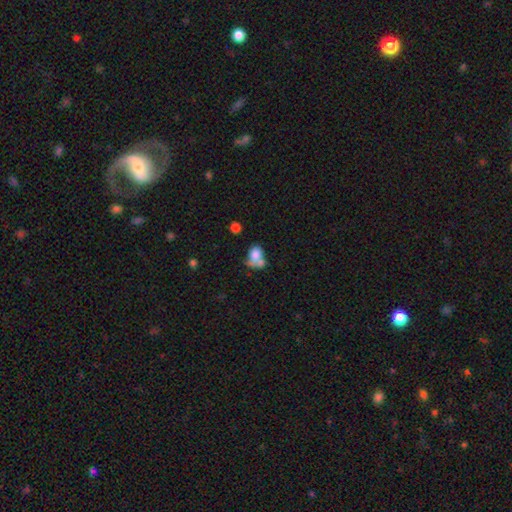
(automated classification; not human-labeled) A smooth galaxy with no disk features (72%) that is in between round and cigar-shaped (62%). Merging: merger (47%).